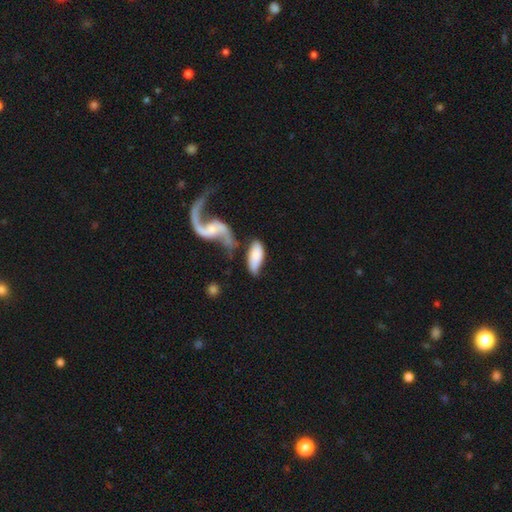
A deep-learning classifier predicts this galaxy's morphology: smooth 68%, featured or disk 25%, star or artifact 6%. Down the decision tree: how rounded — in between (87%); merging — none (35%).